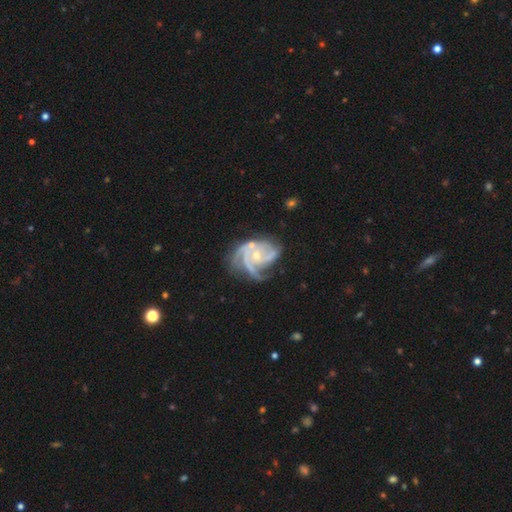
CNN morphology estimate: This appears to be a featured or disk galaxy (89%) with no bar (70%), 3 (51%) tight (52%) spiral arms (97%) and a small central bulge (64%). Merging: none (50%).